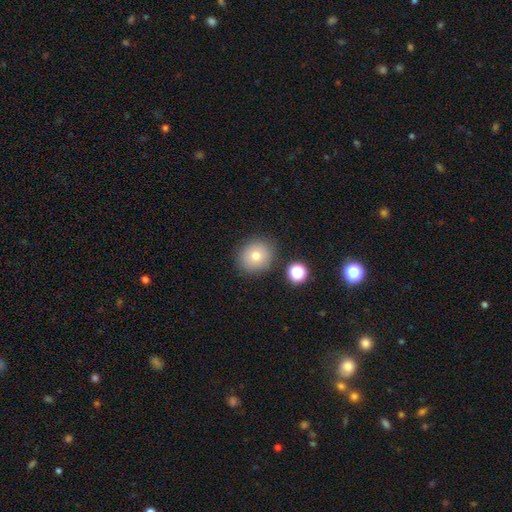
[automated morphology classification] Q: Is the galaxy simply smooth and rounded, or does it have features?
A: smooth — 76%.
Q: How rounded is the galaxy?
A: round — 83%.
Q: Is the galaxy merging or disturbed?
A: none — 82%.